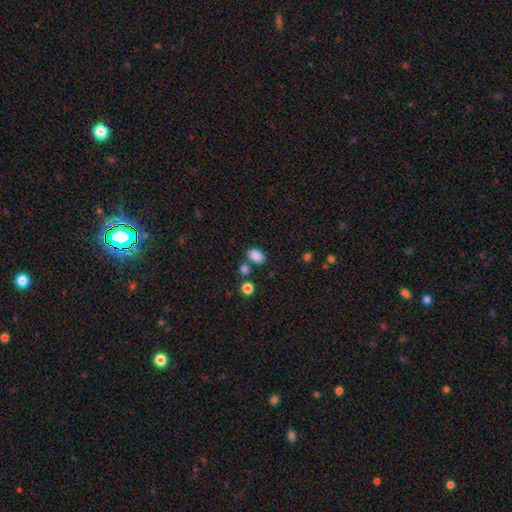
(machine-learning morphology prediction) The model was most divided on "merging": none: 69%, merger: 14%, minor disturbance: 13%, major disturbance: 4%. More confident: smooth or featured — smooth (85%); how rounded — in between (84%).